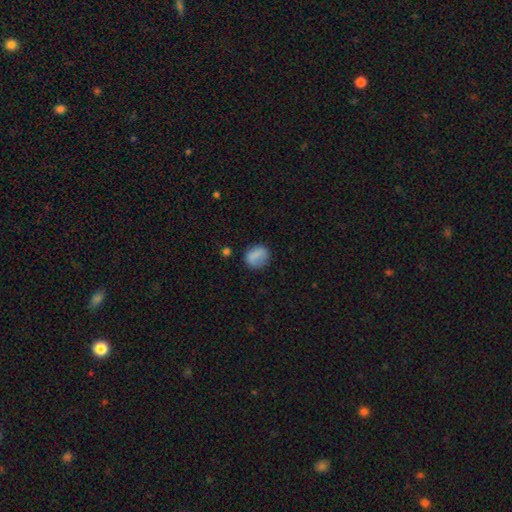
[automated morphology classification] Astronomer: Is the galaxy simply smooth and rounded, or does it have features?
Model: smooth — 80%.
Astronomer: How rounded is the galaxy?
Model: round — 60% (runner-up: in between, 38%).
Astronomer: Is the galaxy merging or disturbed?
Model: none — 75%.